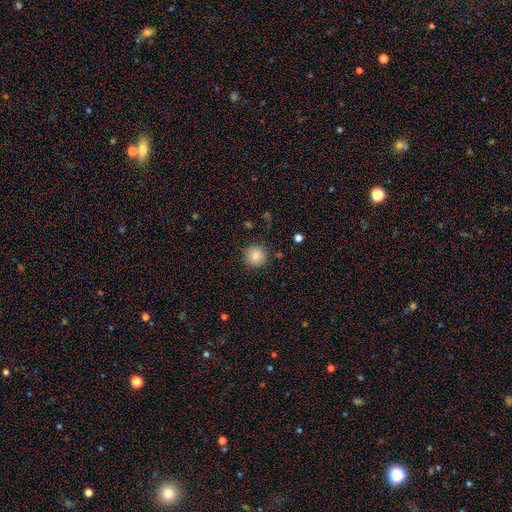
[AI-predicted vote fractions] A smooth galaxy with no disk features (86%) that is round (93%).

Vote fractions:
- Smooth or featured? smooth: 86% / star or artifact: 9% / featured or disk: 5%
- How rounded? round: 93% / in between: 6% / cigar-shaped: 1%
- Merging? none: 88% / minor disturbance: 8% / major disturbance: 3% / merger: 1%